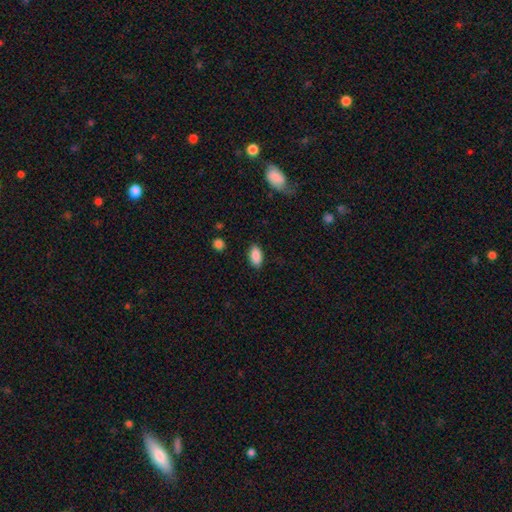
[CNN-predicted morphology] This appears to be a smooth galaxy with no disk features (88%) that is in between round and cigar-shaped (92%). Merging: none (86%).